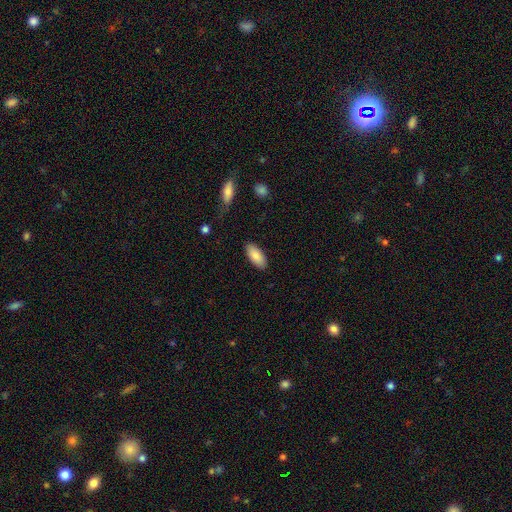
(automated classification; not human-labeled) Q: Smooth or featured?
A: smooth (87%); runner-up: featured or disk (7%)
Q: How rounded?
A: in between (90%); runner-up: cigar-shaped (9%)
Q: Merging?
A: none (87%); runner-up: minor disturbance (10%)